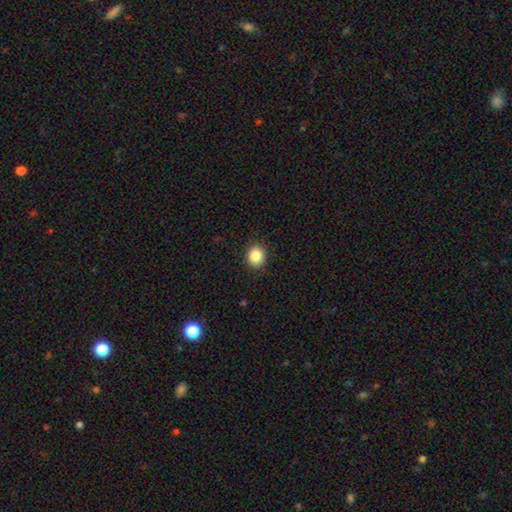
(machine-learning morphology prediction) Smooth or featured?
  - smooth: 86% *
  - star or artifact: 9%
  - featured or disk: 4%
How rounded?
  - round: 74% *
  - in between: 25%
  - cigar-shaped: 1%
Merging?
  - none: 90% *
  - minor disturbance: 7%
  - major disturbance: 2%
  - merger: 1%